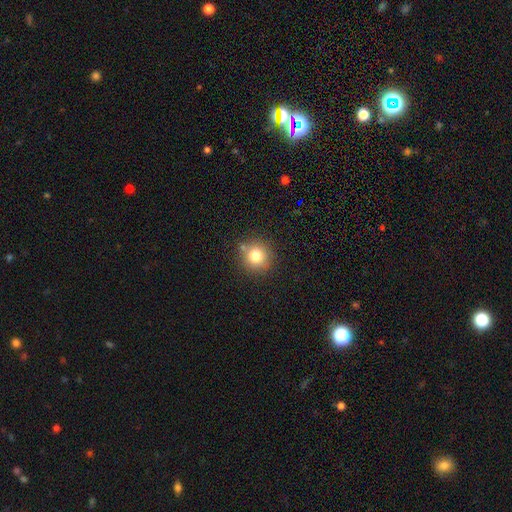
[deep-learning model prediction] Q: Smooth or featured?
A: smooth (78%); runner-up: star or artifact (13%)
Q: How rounded?
A: round (91%); runner-up: in between (8%)
Q: Merging?
A: none (80%); runner-up: minor disturbance (11%)